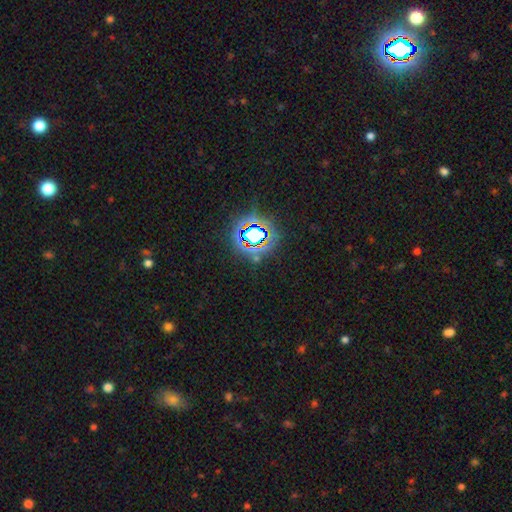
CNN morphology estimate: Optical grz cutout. It shows a star or artifact, not a galaxy (73%).